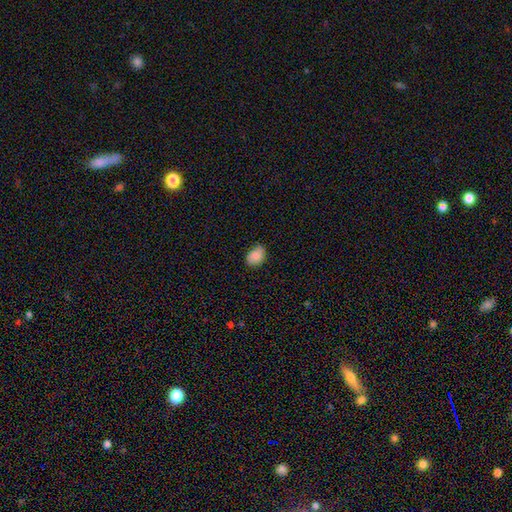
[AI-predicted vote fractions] A smooth galaxy with no disk features (86%) that is in between round and cigar-shaped (77%). Merging: none (74%).